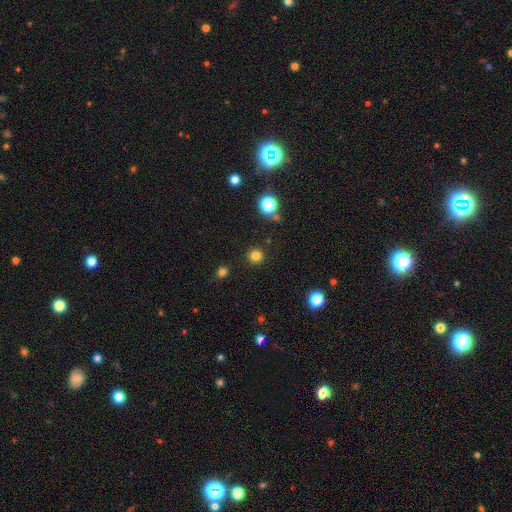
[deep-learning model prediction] smooth-or-featured: smooth: 80% | star or artifact: 15% | featured or disk: 5%
  how-rounded: round: 95% | in between: 4% | cigar-shaped: 1%
  merging: none: 91% | minor disturbance: 5% | major disturbance: 2% | merger: 2%